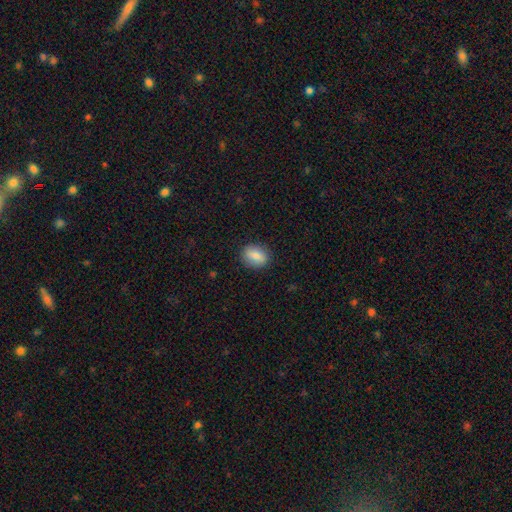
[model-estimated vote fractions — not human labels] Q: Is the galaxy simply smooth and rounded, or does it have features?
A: smooth — 83%.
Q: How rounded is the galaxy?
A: in between — 64%.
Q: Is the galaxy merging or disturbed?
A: none — 86%.